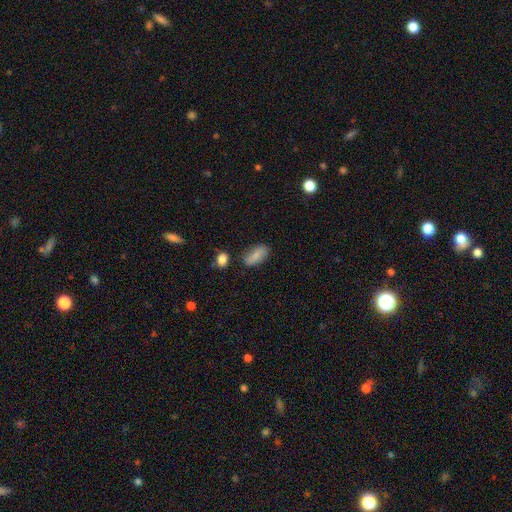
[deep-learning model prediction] This is clearly a smooth galaxy (81%). How rounded: clearly in between (90%). Merging: likely none (75%).